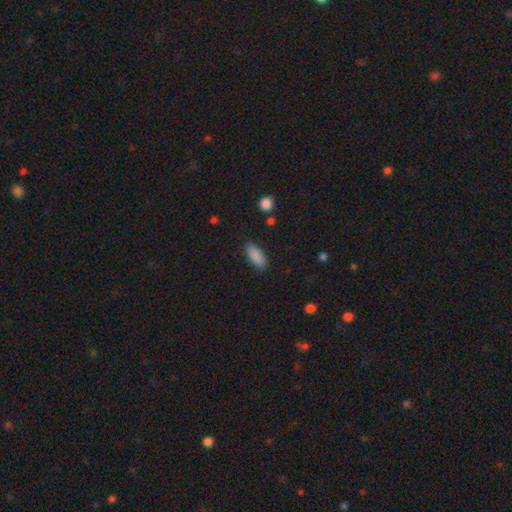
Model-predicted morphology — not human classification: Overall: smooth (88%). How rounded: in between (83%). Merging: none (87%).